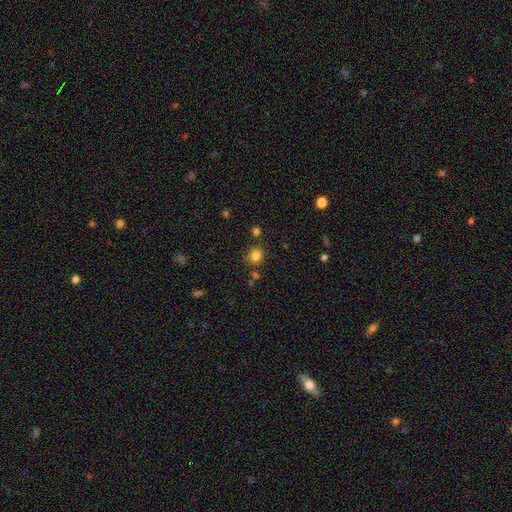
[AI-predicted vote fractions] Smooth or featured? Predicted: smooth (p=0.81). How rounded? Predicted: round (p=0.76). Merging? Predicted: none (p=0.78).